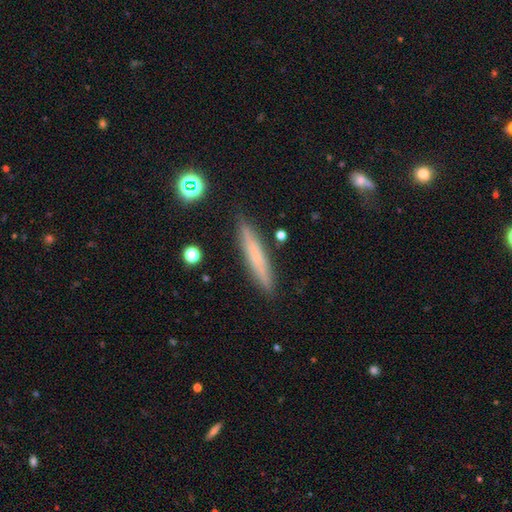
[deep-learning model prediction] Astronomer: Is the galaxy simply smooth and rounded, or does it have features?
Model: smooth — 62%.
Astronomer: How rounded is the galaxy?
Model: cigar-shaped — 92%.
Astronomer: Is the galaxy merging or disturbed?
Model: none — 87%.